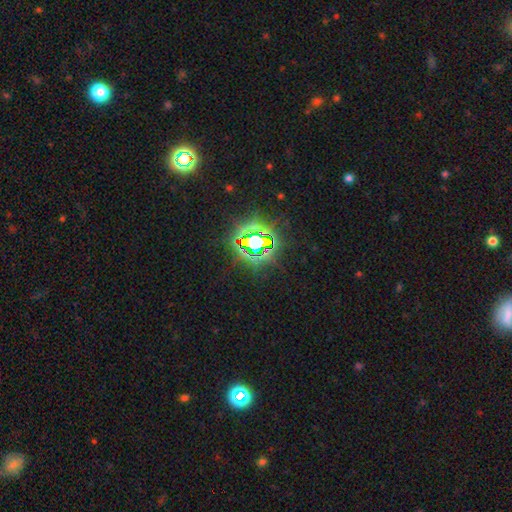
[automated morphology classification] Q: Smooth or featured?
A: star or artifact (82%); runner-up: smooth (11%)